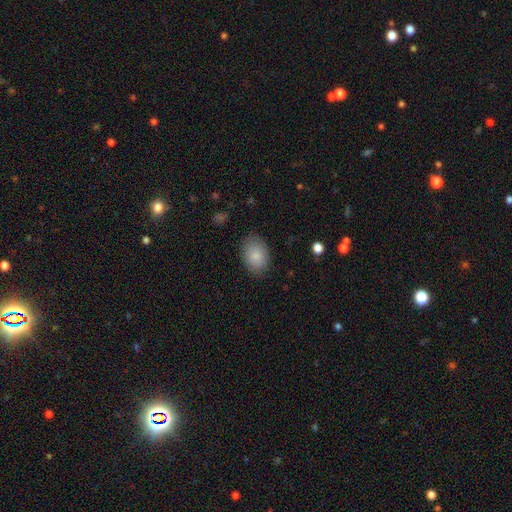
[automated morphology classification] This appears to be a smooth galaxy with no disk features (86%) that is in between round and cigar-shaped (81%). Merging: none (83%).